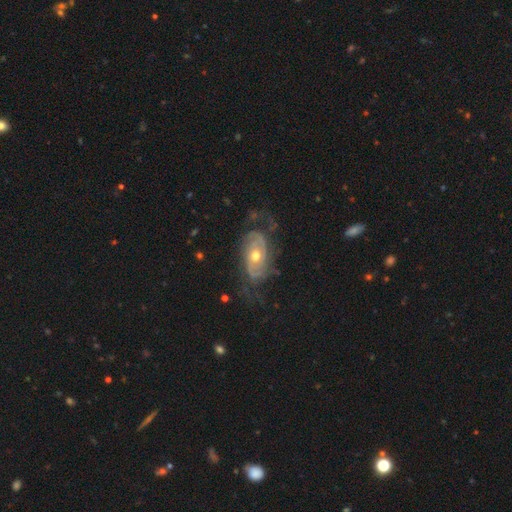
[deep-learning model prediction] smooth-or-featured: featured or disk: 83% | smooth: 11% | star or artifact: 6%
  disk-edge-on: no: 94% | yes: 6%
    bar: no: 74% | weak: 20% | strong: 6%
    has-spiral-arms: yes: 89% | no: 11%
      spiral-winding: tight: 48% | medium: 34% | loose: 18%
      spiral-arm-count: 2: 52% | can't tell: 25% | 3: 11% | 1: 5% | 4: 4% | more than 4: 3%
    bulge-size: moderate: 69% | small: 26% | large: 3% | none: 1% | dominant: 1%
  merging: none: 61% | minor disturbance: 20% | major disturbance: 17% | merger: 2%